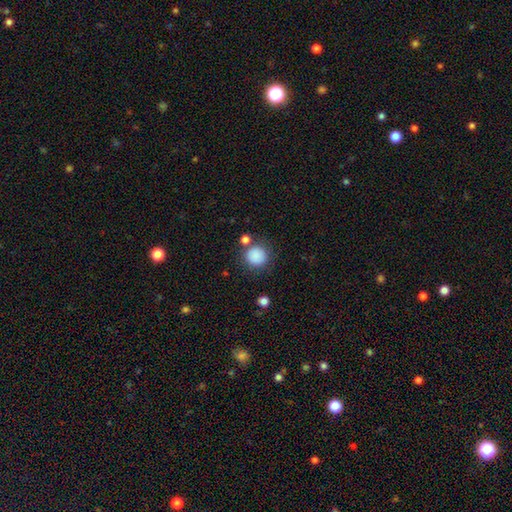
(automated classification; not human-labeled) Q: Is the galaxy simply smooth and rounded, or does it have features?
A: smooth — 86%.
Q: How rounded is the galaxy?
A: round — 92%.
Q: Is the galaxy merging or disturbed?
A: none — 77%.